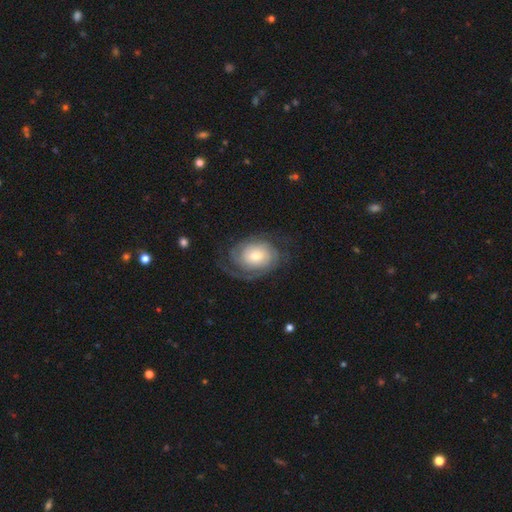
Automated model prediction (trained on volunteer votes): smooth_or_featured: featured or disk (p=0.79) [alt: smooth p=0.15]
disk_edge_on: no (p=0.97) [alt: yes p=0.03]
bar: no (p=0.73) [alt: weak p=0.22]
has_spiral_arms: yes (p=0.93) [alt: no p=0.07]
spiral_winding: tight (p=0.65) [alt: medium p=0.26]
spiral_arm_count: 2 (p=0.43) [alt: can't tell p=0.28]
bulge_size: moderate (p=0.55) [alt: small p=0.32]
merging: none (p=0.72) [alt: minor disturbance p=0.16]